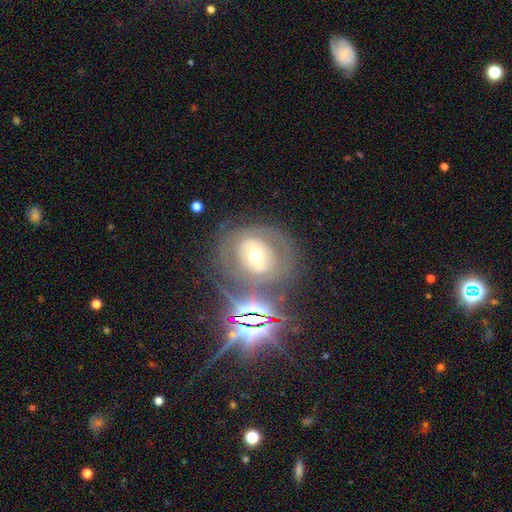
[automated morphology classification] A featured or disk galaxy (57%) with a strong bar (39%), no spiral arms (61%) and a moderate central bulge (72%). Merging: none (71%).